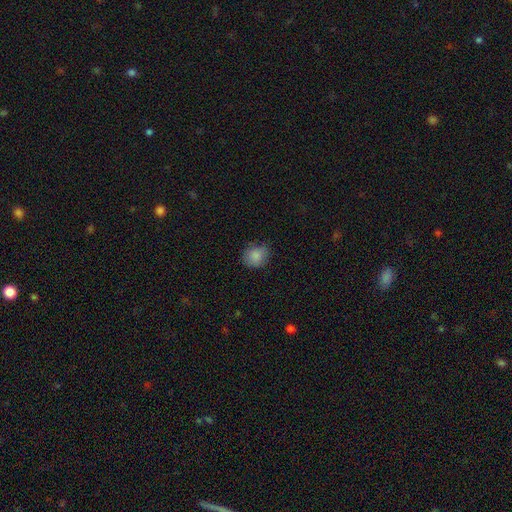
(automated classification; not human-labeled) A smooth galaxy with no disk features (85%) that is round (70%). Merging: none (71%).